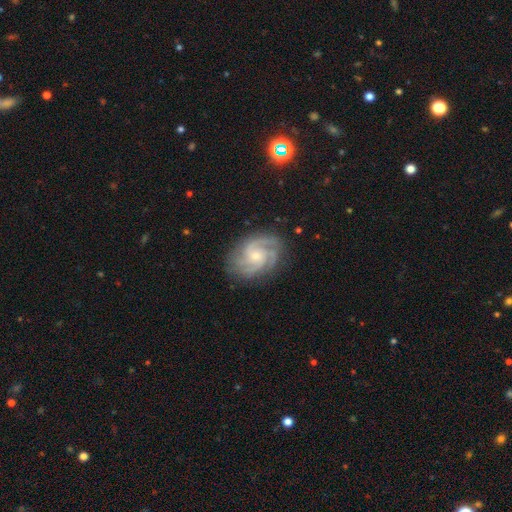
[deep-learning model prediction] This is clearly a featured or disk galaxy (90%). It is clearly not viewed edge-on (98%). Bar: likely no (66%). Spiral arm pattern: clearly yes (98%). Spiral arm count: possibly 3 (53%). Spiral winding: possibly tight (54%). Central bulge: likely small (62%). Merging: clearly none (81%).